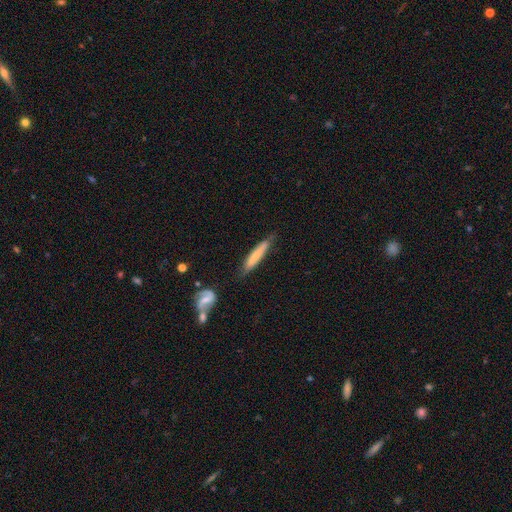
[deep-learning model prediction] This appears to be a smooth galaxy with no disk features (64%) that is cigar-shaped (91%). Merging: none (71%).